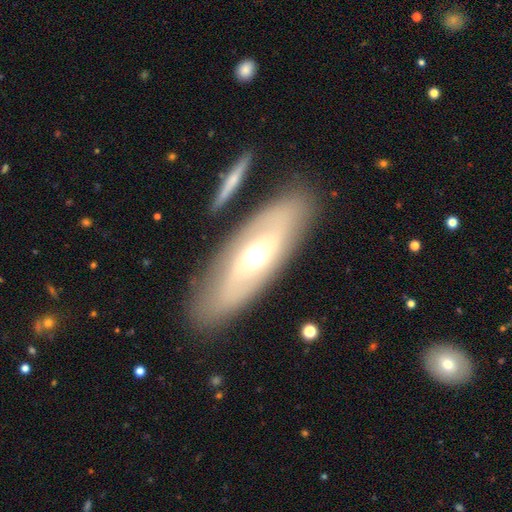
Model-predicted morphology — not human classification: A featured or disk galaxy (50%). Merging: none (80%).